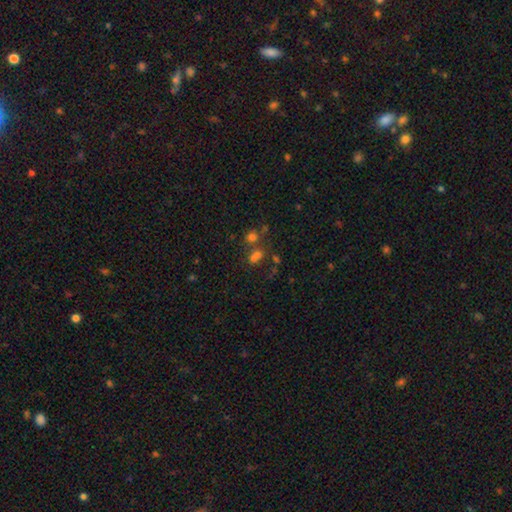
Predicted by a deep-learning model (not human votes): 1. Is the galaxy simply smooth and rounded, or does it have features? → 51% smooth, 35% star or artifact, 14% featured or disk.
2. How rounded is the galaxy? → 71% round, 28% in between, 2% cigar-shaped.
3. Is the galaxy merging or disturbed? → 48% none, 38% merger, 8% minor disturbance, 6% major disturbance.